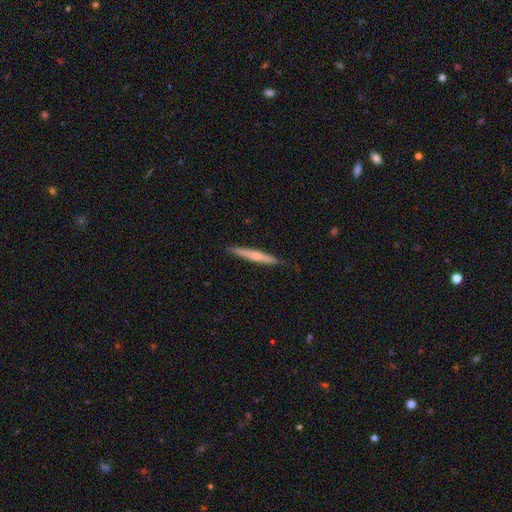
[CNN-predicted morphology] This appears to be a smooth galaxy with no disk features (52%) that is cigar-shaped (95%). Merging: none (87%).